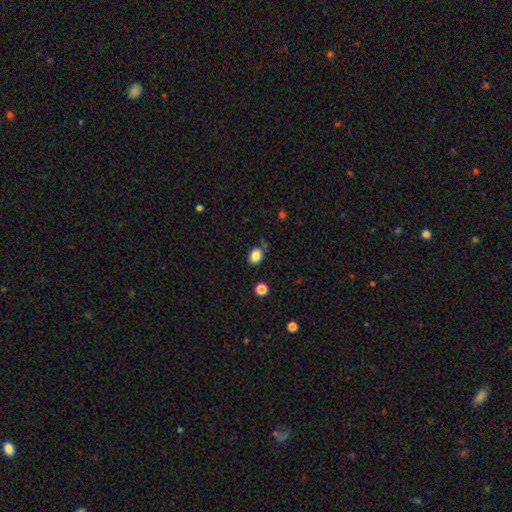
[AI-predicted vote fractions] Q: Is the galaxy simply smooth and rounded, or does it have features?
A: smooth — 84%.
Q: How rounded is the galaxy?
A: in between — 61%.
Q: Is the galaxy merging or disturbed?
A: none — 73%.